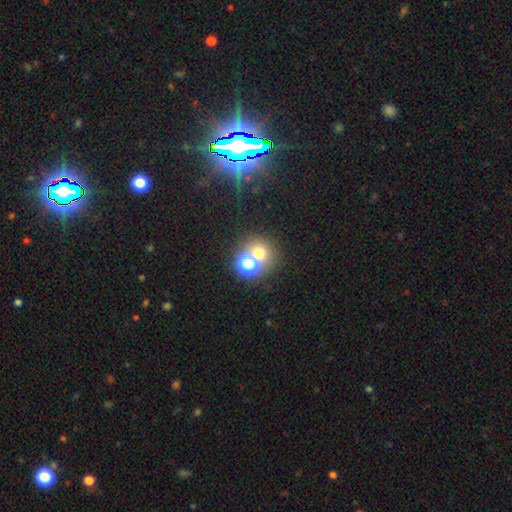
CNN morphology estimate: type=smooth (55%); roundness=round (82%); merging=none (53%).